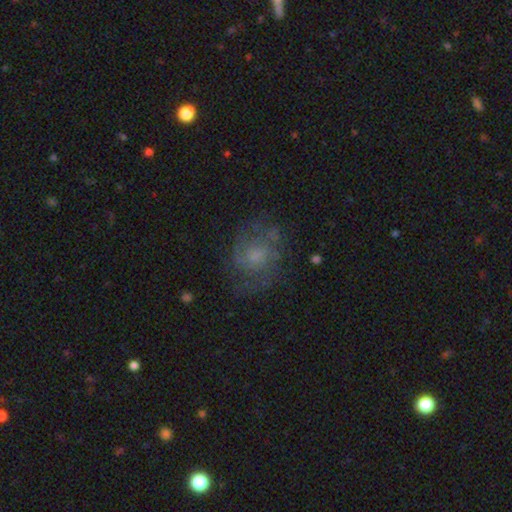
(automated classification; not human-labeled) Smooth or featured: featured or disk — 58% (smooth — 32%)
Edge-on disk: no — 98% (yes — 2%)
Bar: no — 72% (weak — 25%)
Spiral arms: yes — 77% (no — 23%)
Bulge size: small — 38% (moderate — 34%)
Merging: none — 63% (minor disturbance — 20%)